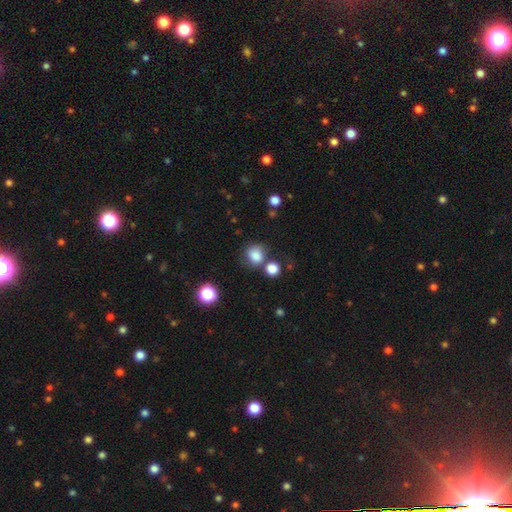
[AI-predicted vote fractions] Smooth or featured? smooth (82%)
How rounded? round (80%)
Merging? none (63%)